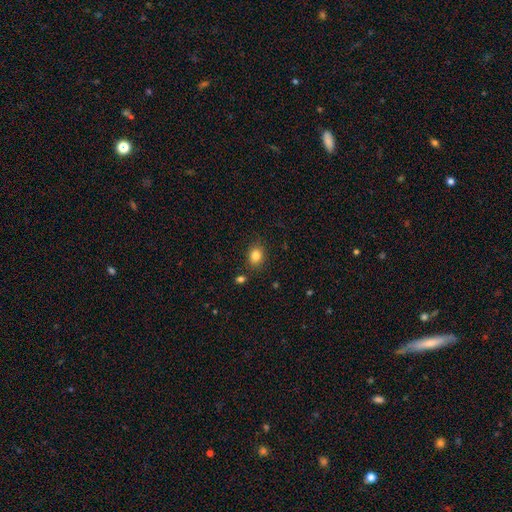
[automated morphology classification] type=smooth (84%); roundness=round (51%); merging=none (83%).